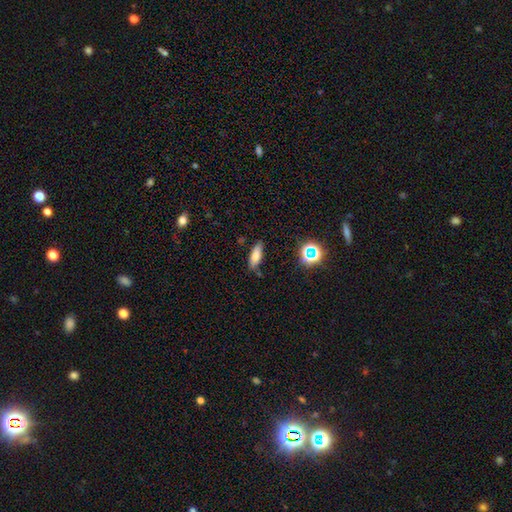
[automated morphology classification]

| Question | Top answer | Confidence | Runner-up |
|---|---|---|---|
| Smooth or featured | smooth | 74% | featured or disk (14%) |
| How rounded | in between | 61% | cigar-shaped (35%) |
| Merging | none | 80% | minor disturbance (13%) |